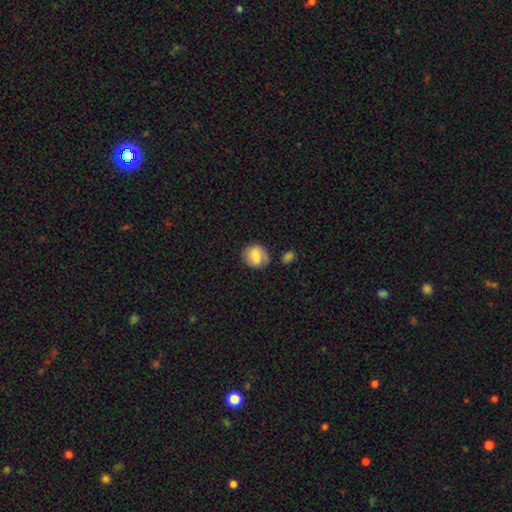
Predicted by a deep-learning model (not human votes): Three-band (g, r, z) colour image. It shows a smooth galaxy with no disk features (76%) that is round (70%). Merging: none (64%).